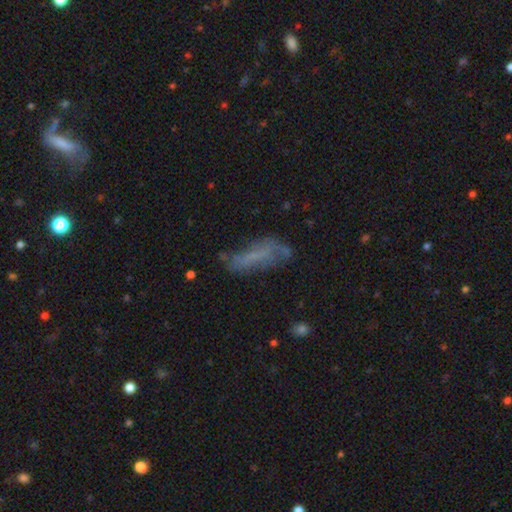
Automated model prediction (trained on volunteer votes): smooth-or-featured: smooth: 46% | featured or disk: 41% | star or artifact: 13%
  merging: none: 48% | minor disturbance: 27% | major disturbance: 19% | merger: 6%